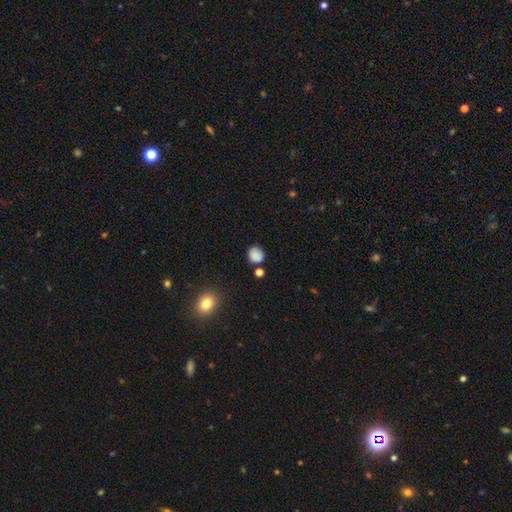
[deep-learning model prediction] Smooth or featured? smooth (84%)
How rounded? round (78%)
Merging? none (77%)